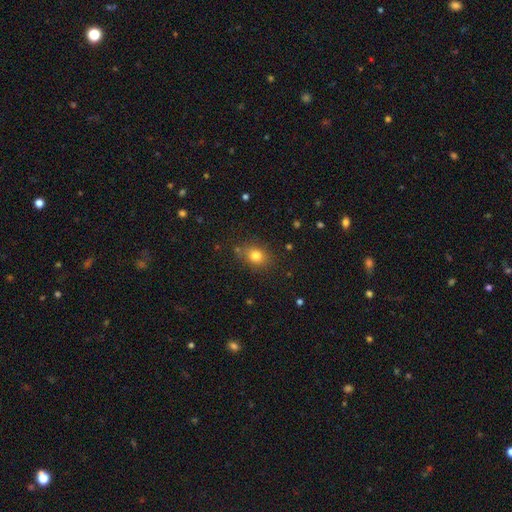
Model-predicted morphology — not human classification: smooth-or-featured: smooth: 80% | star or artifact: 12% | featured or disk: 8%
  how-rounded: round: 50% | in between: 49% | cigar-shaped: 1%
  merging: none: 80% | minor disturbance: 13% | major disturbance: 4% | merger: 3%